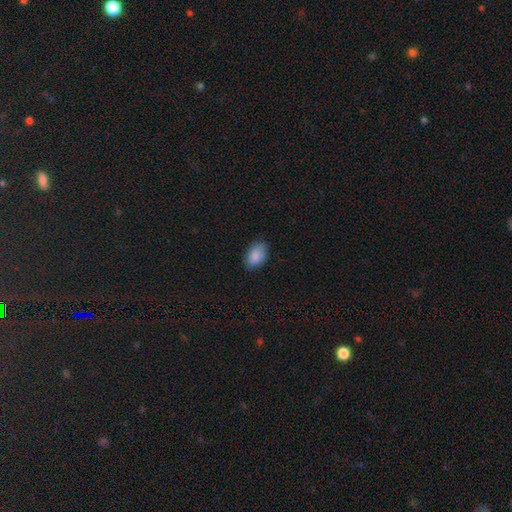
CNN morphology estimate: Smooth or featured? Predicted: smooth (p=0.86). How rounded? Predicted: in between (p=0.89). Merging? Predicted: none (p=0.77).